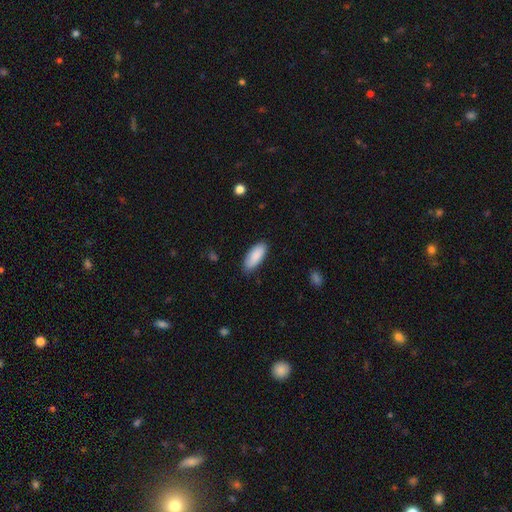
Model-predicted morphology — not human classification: smooth 89%, star or artifact 5%, featured or disk 5%. Down the decision tree: how rounded — in between (83%); merging — none (84%).